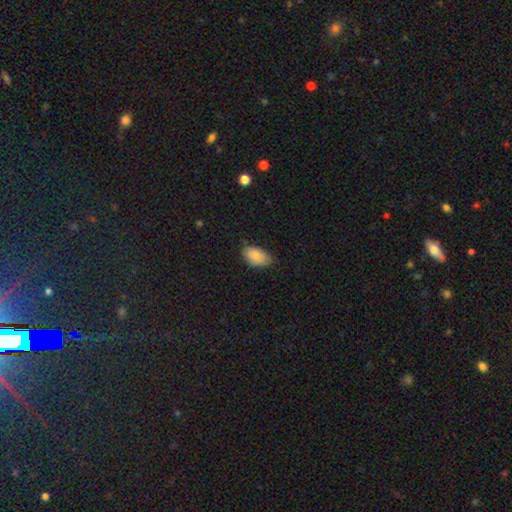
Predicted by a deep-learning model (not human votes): Smooth or featured? Predicted: smooth (p=0.85). How rounded? Predicted: in between (p=0.93). Merging? Predicted: none (p=0.70).